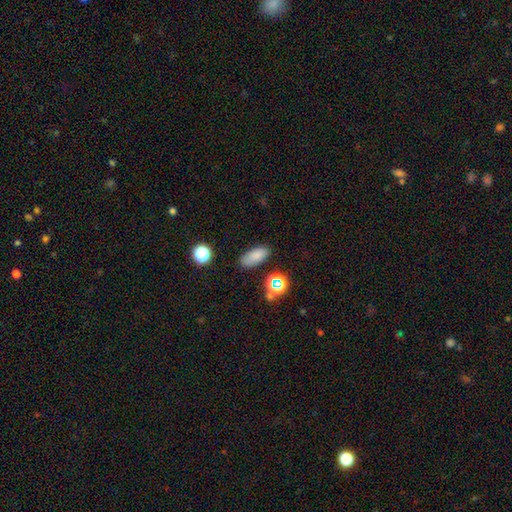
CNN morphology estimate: smooth 81%, star or artifact 13%, featured or disk 6%. Down the decision tree: how rounded — in between (82%); merging — none (81%).